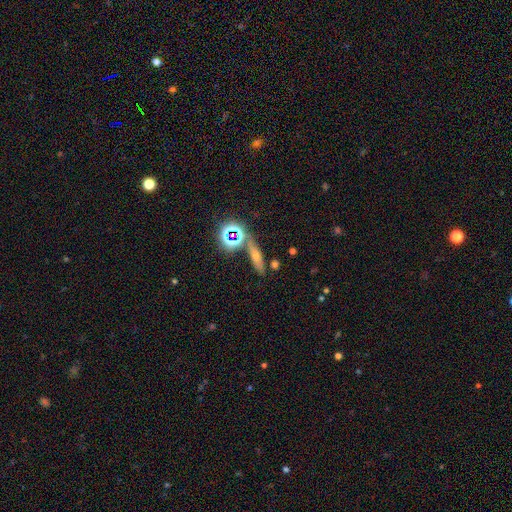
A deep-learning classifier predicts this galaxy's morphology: This appears to be a smooth galaxy with no disk features (36%). Merging: none (76%).